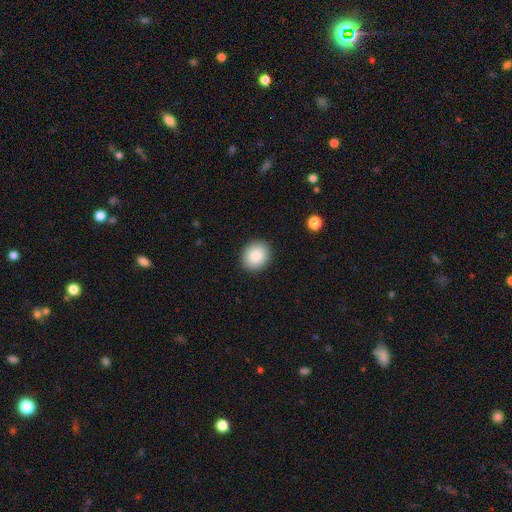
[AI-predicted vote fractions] Q: Smooth or featured?
A: smooth (87%); runner-up: star or artifact (7%)
Q: How rounded?
A: round (65%); runner-up: in between (34%)
Q: Merging?
A: none (90%); runner-up: minor disturbance (7%)